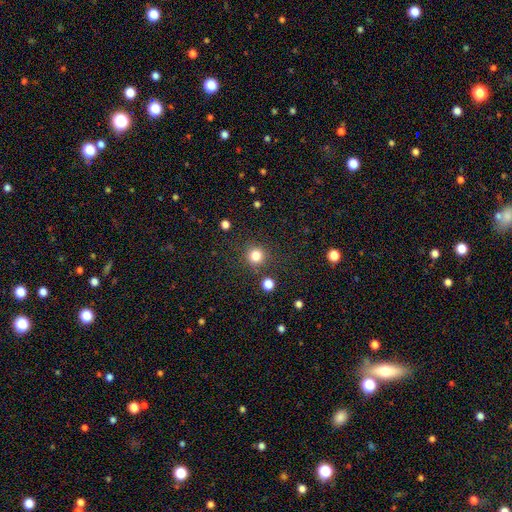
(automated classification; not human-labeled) The model was most divided on "smooth or featured": smooth: 82%, star or artifact: 13%, featured or disk: 5%. More confident: how rounded — round (93%); merging — none (85%).